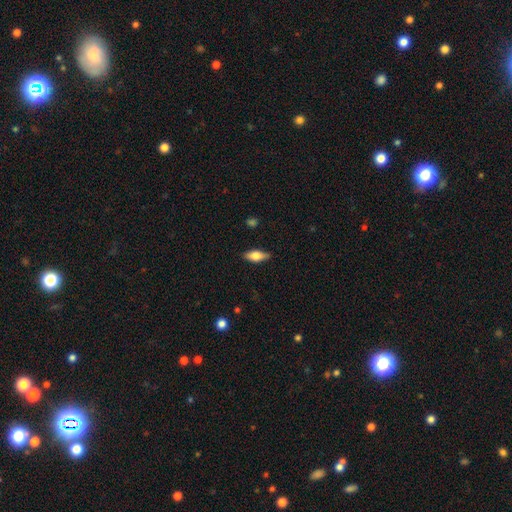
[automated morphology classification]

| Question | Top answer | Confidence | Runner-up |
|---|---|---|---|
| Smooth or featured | smooth | 67% | featured or disk (26%) |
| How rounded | in between | 77% | cigar-shaped (20%) |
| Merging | none | 85% | minor disturbance (11%) |